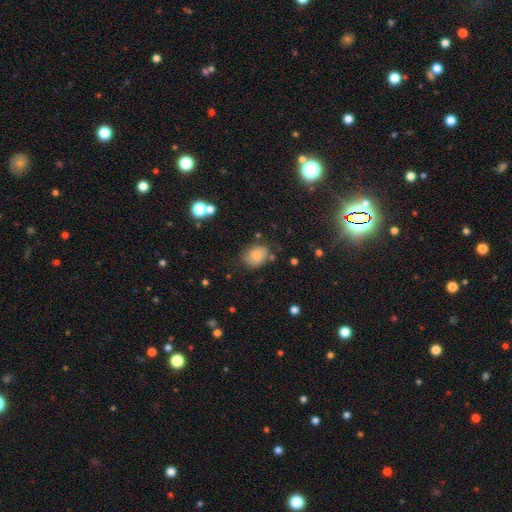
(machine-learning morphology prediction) Smooth or featured?
  - smooth: 76% *
  - star or artifact: 13%
  - featured or disk: 12%
How rounded?
  - in between: 60% *
  - round: 39%
  - cigar-shaped: 1%
Merging?
  - none: 73% *
  - minor disturbance: 18%
  - major disturbance: 5%
  - merger: 4%